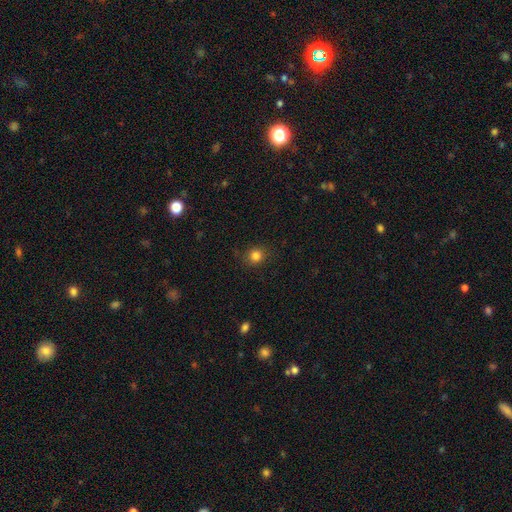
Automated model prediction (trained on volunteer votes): A smooth galaxy with no disk features (83%) that is round (84%). Merging: none (87%).